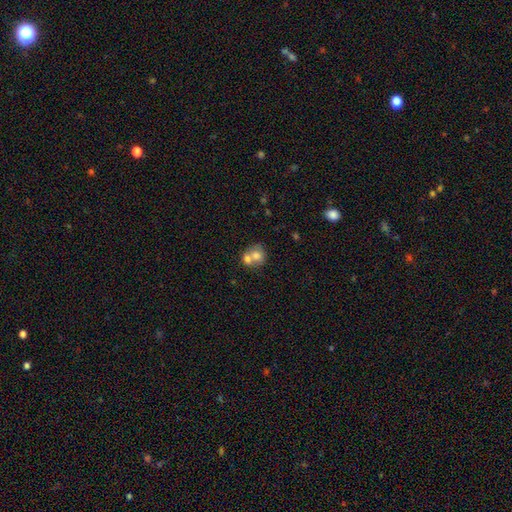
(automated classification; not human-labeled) Q: Smooth or featured?
A: smooth (69%); runner-up: featured or disk (22%)
Q: How rounded?
A: round (70%); runner-up: in between (30%)
Q: Merging?
A: merger (62%); runner-up: none (28%)